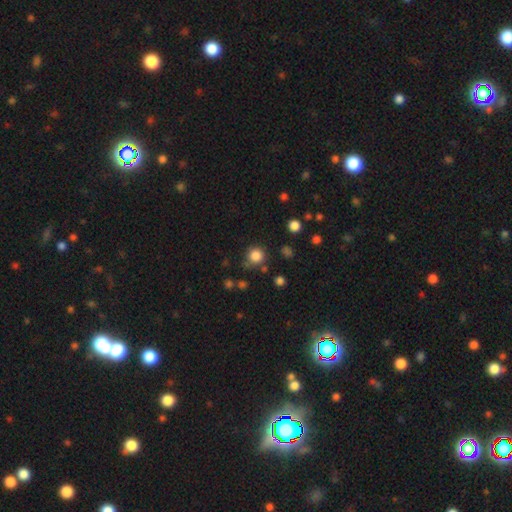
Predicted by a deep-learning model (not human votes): A smooth galaxy with no disk features (84%) that is round (93%). Merging: none (81%).